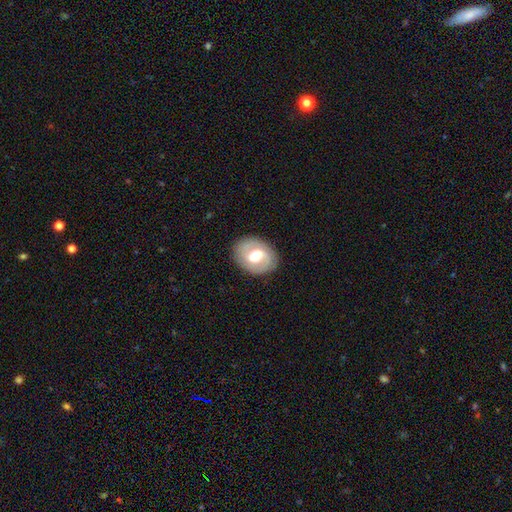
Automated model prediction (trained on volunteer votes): A featured or disk galaxy (63%) with a weak bar (49%), spiral arms (71%) and a moderate central bulge (69%).

Vote fractions:
- Smooth or featured? featured or disk: 63% / smooth: 31% / star or artifact: 6%
- Edge-on disk? no: 96% / yes: 4%
- Bar? weak: 49% / no: 32% / strong: 19%
- Spiral arms? yes: 71% / no: 29%
- Bulge size? moderate: 69% / large: 19% / small: 10% / dominant: 1% / none: 1%
- Merging? none: 85% / minor disturbance: 11% / major disturbance: 4% / merger: 1%